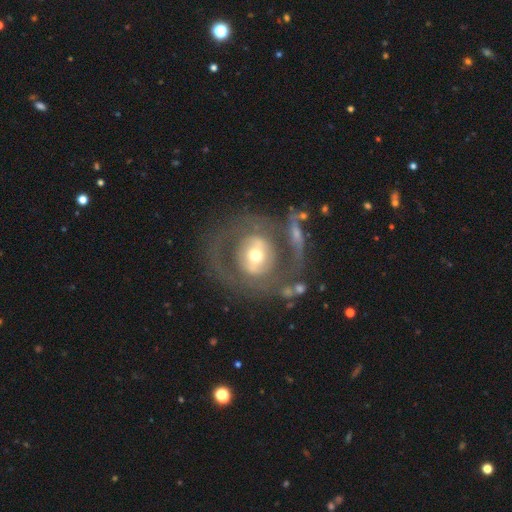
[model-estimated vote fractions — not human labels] This is likely a featured or disk galaxy (67%). It is clearly not viewed edge-on (95%). Bar: marginally no (45%). Spiral arm pattern: possibly no (52%). Central bulge: possibly moderate (59%). Merging: possibly none (58%).